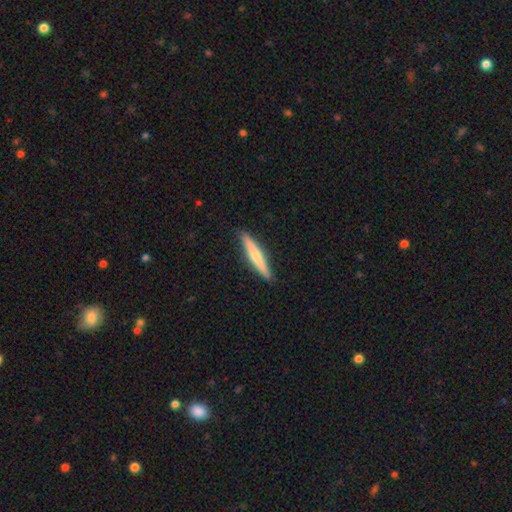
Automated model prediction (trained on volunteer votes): smooth 52%, featured or disk 43%, star or artifact 5%. Down the decision tree: how rounded — cigar-shaped (94%); merging — none (91%).